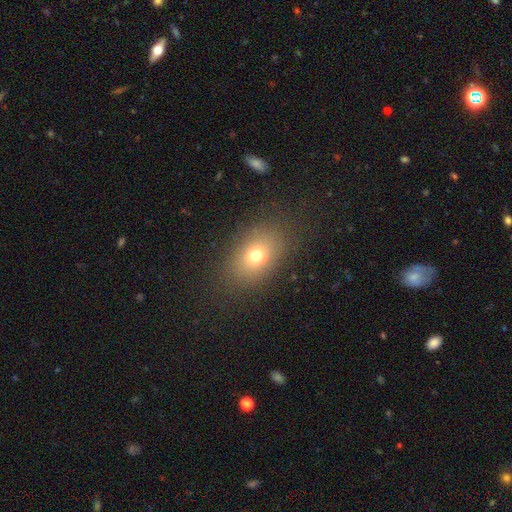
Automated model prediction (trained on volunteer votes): smooth 72%, featured or disk 14%, star or artifact 14%. Down the decision tree: how rounded — in between (77%); merging — none (83%).